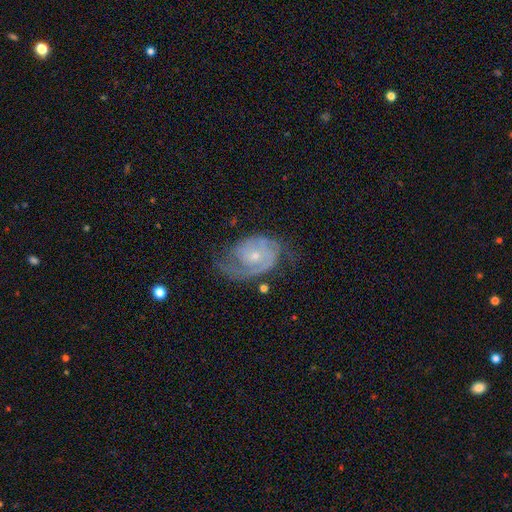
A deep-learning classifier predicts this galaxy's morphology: Smooth or featured: featured or disk — 84% (smooth — 10%)
Edge-on disk: no — 97% (yes — 3%)
Bar: no — 70% (weak — 25%)
Spiral arms: yes — 95% (no — 5%)
Spiral winding: tight — 52% (medium — 36%)
Spiral arm count: 2 — 58% (can't tell — 16%)
Bulge size: small — 70% (moderate — 26%)
Merging: none — 56% (minor disturbance — 24%)